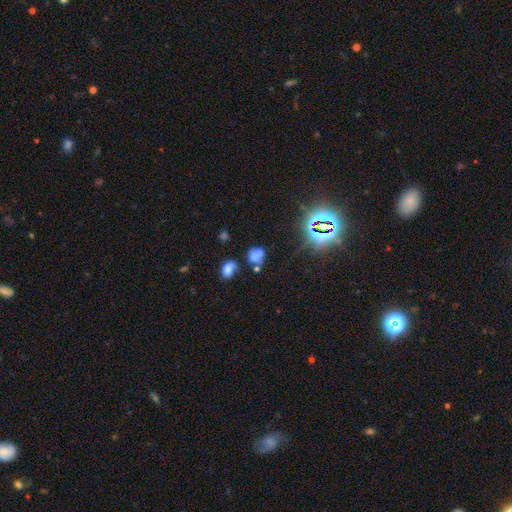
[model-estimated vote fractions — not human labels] This appears to be a smooth galaxy with no disk features (62%) that is in between round and cigar-shaped (60%). Merging: none (47%).